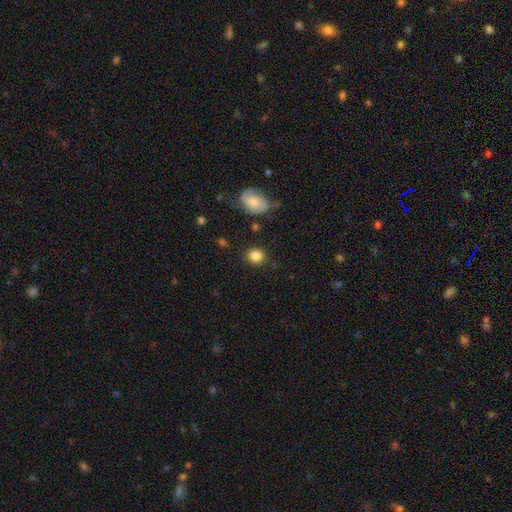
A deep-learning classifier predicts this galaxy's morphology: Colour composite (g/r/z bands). It shows a smooth galaxy with no disk features (86%) that is round (80%). Merging: none (84%).